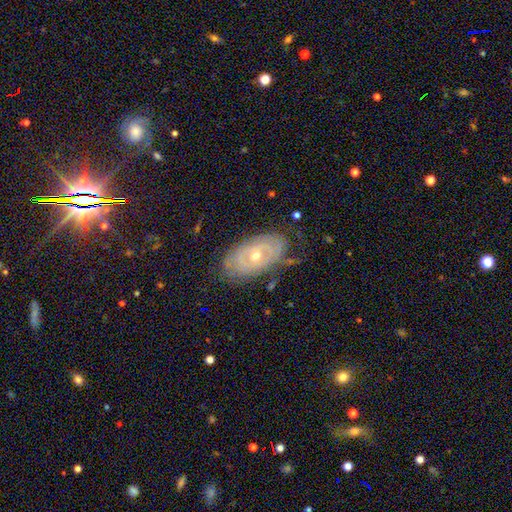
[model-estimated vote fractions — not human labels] Q: Smooth or featured?
A: featured or disk (77%); runner-up: smooth (16%)
Q: Edge-on disk?
A: no (93%); runner-up: yes (7%)
Q: Bar?
A: no (78%); runner-up: weak (17%)
Q: Spiral arms?
A: yes (71%); runner-up: no (29%)
Q: Spiral winding?
A: tight (77%); runner-up: medium (17%)
Q: Spiral arm count?
A: can't tell (53%); runner-up: 2 (26%)
Q: Bulge size?
A: moderate (52%); runner-up: small (45%)
Q: Merging?
A: none (70%); runner-up: minor disturbance (20%)